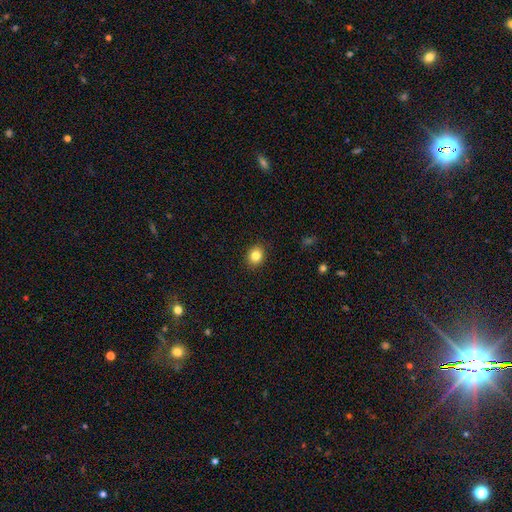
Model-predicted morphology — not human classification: The model was most divided on "how rounded": round: 63%, in between: 36%, cigar-shaped: 1%. More confident: merging — none (90%); smooth or featured — smooth (84%).